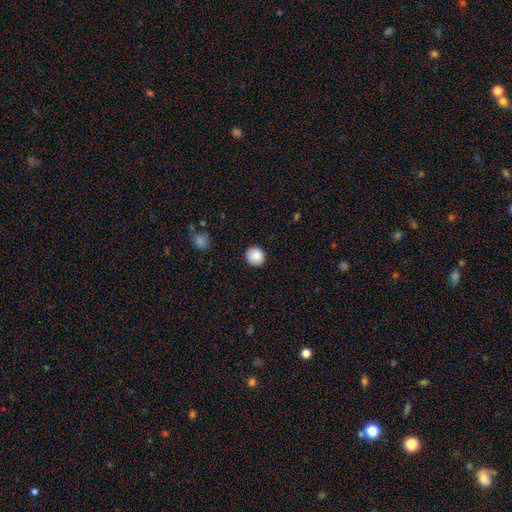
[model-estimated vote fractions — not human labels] This is clearly a smooth galaxy (87%). How rounded: clearly round (93%). Merging: clearly none (91%).